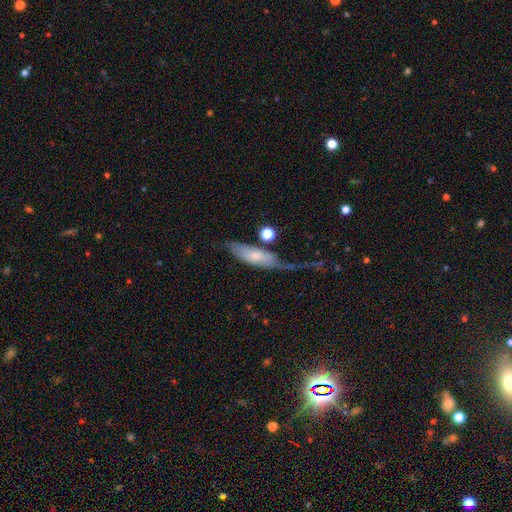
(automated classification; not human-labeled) A smooth galaxy with no disk features (50%) that is in between round and cigar-shaped (59%).

Vote fractions:
- Smooth or featured? smooth: 50% / featured or disk: 43% / star or artifact: 7%
- How rounded? in between: 59% / cigar-shaped: 38% / round: 3%
- Merging? major disturbance: 41% / none: 27% / minor disturbance: 21% / merger: 11%